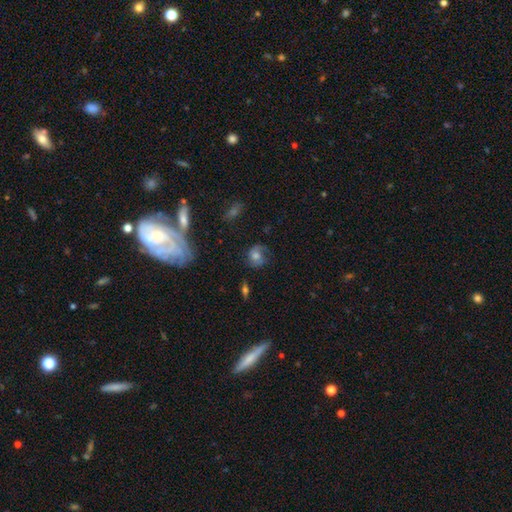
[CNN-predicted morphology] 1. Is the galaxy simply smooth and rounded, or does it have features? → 57% featured or disk, 33% smooth, 10% star or artifact.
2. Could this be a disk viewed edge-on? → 96% no, 4% yes.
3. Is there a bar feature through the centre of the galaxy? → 71% no, 24% weak, 4% strong.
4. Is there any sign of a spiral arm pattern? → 88% yes, 12% no.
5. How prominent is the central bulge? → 55% moderate, 21% large, 17% small, 5% none, 2% dominant.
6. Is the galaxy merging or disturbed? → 56% none, 22% minor disturbance, 19% major disturbance, 3% merger.